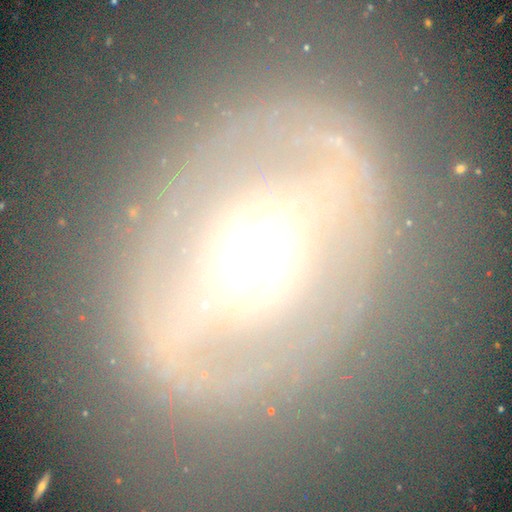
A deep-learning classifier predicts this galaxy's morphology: A featured or disk galaxy (73%) with no bar (44%), spiral arms (57%) and a moderate central bulge (60%).

Vote fractions:
- Smooth or featured? featured or disk: 73% / smooth: 18% / star or artifact: 10%
- Edge-on disk? no: 92% / yes: 8%
- Bar? no: 44% / weak: 32% / strong: 25%
- Spiral arms? yes: 57% / no: 43%
- Bulge size? moderate: 60% / small: 19% / large: 15% / dominant: 3% / none: 2%
- Merging? none: 73% / minor disturbance: 14% / major disturbance: 10% / merger: 3%